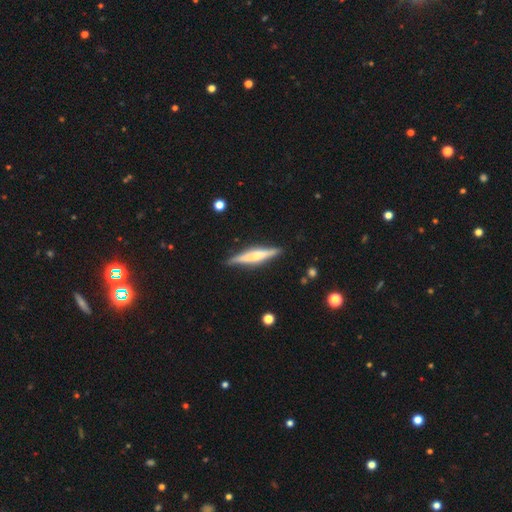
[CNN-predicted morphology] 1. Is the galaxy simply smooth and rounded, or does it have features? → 59% featured or disk, 35% smooth, 5% star or artifact.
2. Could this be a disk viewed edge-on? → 96% yes, 4% no.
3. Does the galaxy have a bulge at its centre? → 70% rounded, 17% none, 13% boxy.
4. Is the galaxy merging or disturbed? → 87% none, 10% minor disturbance, 2% major disturbance, 1% merger.